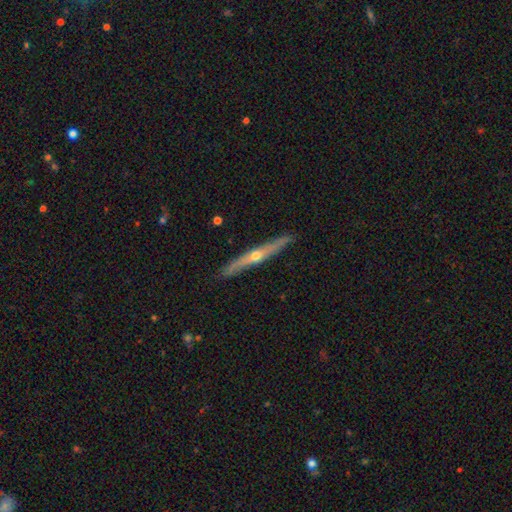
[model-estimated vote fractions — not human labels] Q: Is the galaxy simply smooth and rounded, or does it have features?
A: featured or disk — 71%.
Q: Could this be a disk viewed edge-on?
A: yes — 95%.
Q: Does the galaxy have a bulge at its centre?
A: rounded — 87%.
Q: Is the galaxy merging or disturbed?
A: none — 89%.